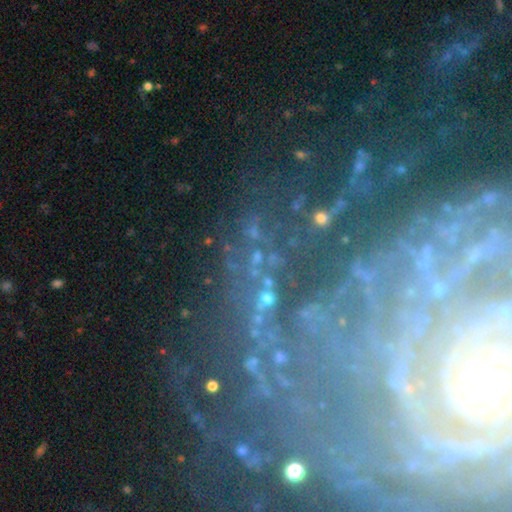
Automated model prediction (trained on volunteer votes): smooth-or-featured: featured or disk: 53% | star or artifact: 33% | smooth: 14%
  disk-edge-on: no: 91% | yes: 9%
  merging: none: 63% | minor disturbance: 16% | major disturbance: 15% | merger: 5%